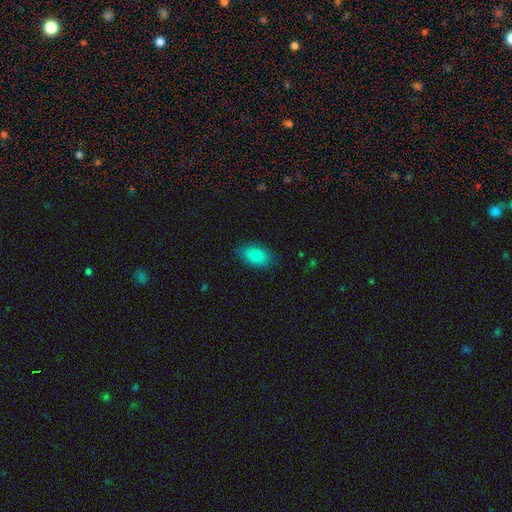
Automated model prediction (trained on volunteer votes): Smooth or featured?
  - smooth: 81% *
  - featured or disk: 10%
  - star or artifact: 8%
How rounded?
  - in between: 90% *
  - round: 8%
  - cigar-shaped: 2%
Merging?
  - none: 84% *
  - minor disturbance: 12%
  - major disturbance: 3%
  - merger: 1%